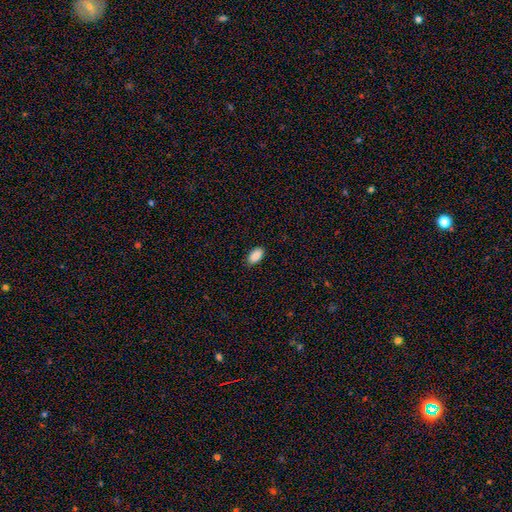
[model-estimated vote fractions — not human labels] Morphology: type=smooth (90%); roundness=in between (94%); merging=none (88%).